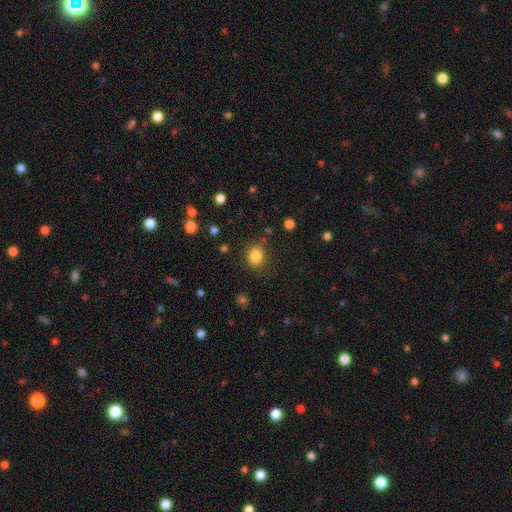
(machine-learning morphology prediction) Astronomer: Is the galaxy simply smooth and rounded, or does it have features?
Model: smooth — 83%.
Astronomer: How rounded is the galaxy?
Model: round — 60% (runner-up: in between, 40%).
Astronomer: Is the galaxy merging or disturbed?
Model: none — 83%.